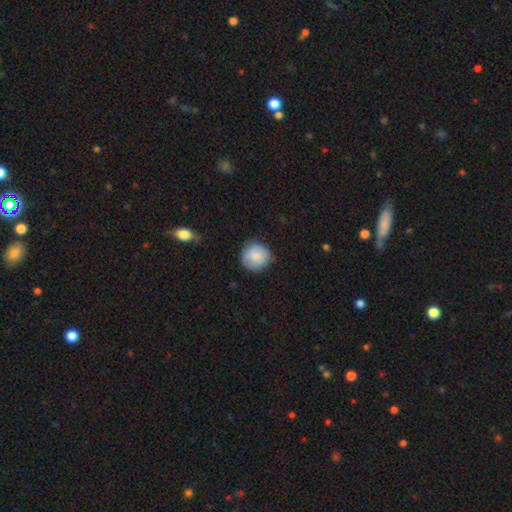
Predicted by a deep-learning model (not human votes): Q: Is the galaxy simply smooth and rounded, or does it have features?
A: smooth — 84%.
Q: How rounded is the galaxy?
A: round — 91%.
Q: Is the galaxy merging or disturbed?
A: none — 80%.